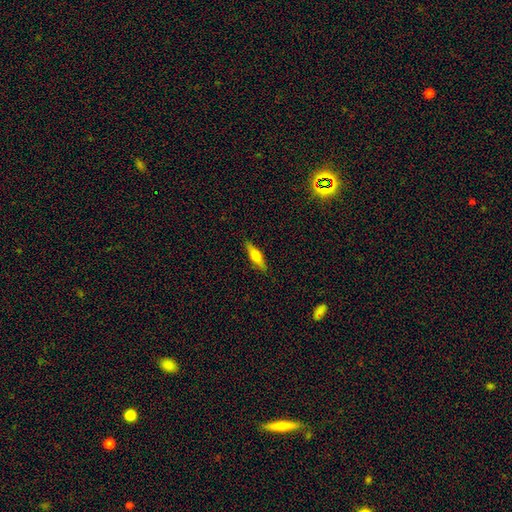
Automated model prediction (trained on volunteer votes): Q: Smooth or featured?
A: featured or disk (47%); runner-up: smooth (46%)
Q: Merging?
A: none (88%); runner-up: minor disturbance (9%)